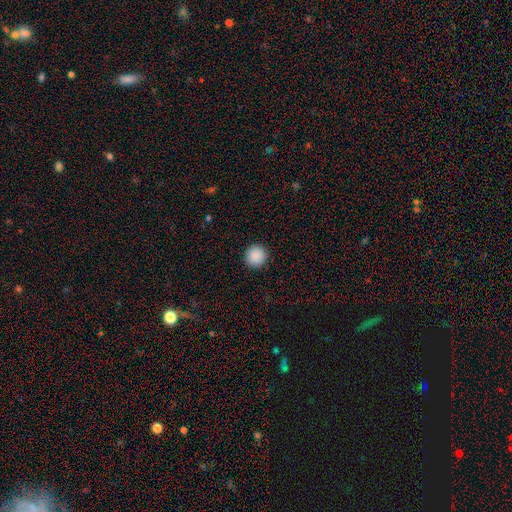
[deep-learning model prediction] Smooth or featured? smooth (89%)
How rounded? round (95%)
Merging? none (93%)